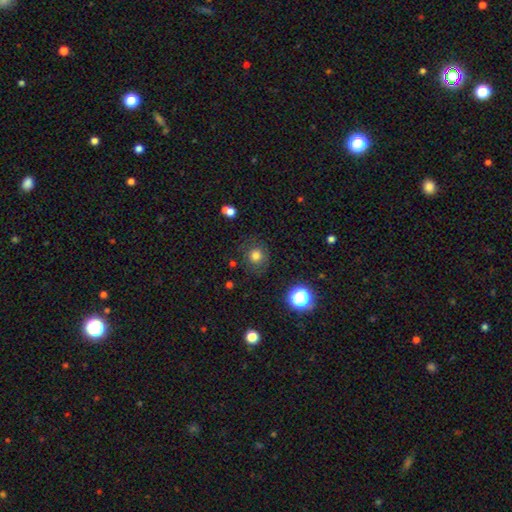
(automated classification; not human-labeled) smooth-or-featured: smooth: 76% | star or artifact: 15% | featured or disk: 8%
  how-rounded: round: 90% | in between: 9% | cigar-shaped: 1%
  merging: none: 80% | minor disturbance: 13% | major disturbance: 5% | merger: 2%